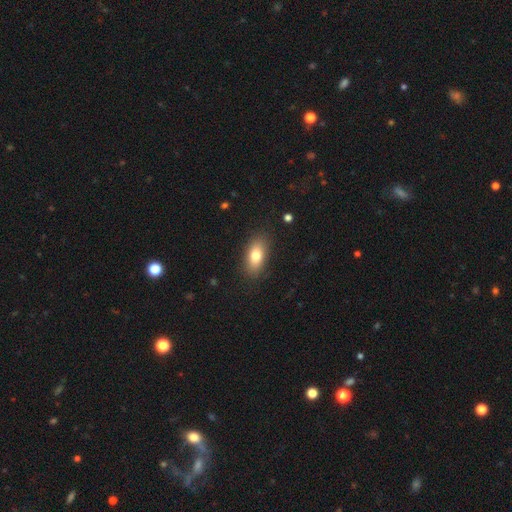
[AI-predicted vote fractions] Smooth or featured? smooth (78%)
How rounded? in between (86%)
Merging? none (85%)